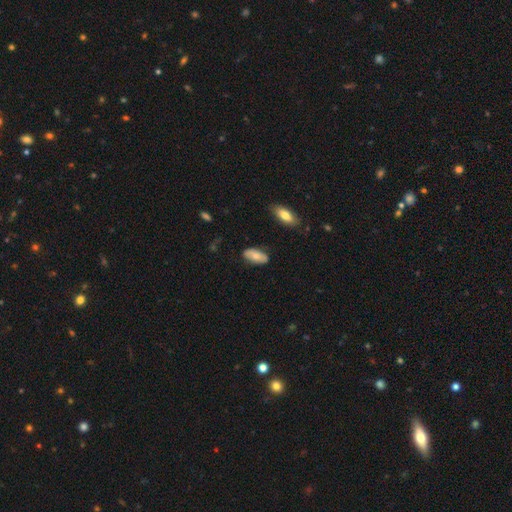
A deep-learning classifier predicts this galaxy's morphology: Smooth or featured? Predicted: smooth (p=0.68). How rounded? Predicted: in between (p=0.91). Merging? Predicted: none (p=0.80).